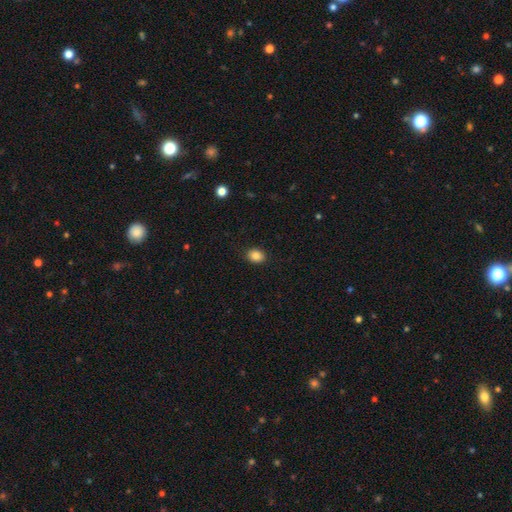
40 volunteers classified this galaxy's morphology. A smooth galaxy with no disk features (82%) that is in between round and cigar-shaped (67%).

Vote fractions:
- Smooth or featured? smooth: 82% / star or artifact: 12% / featured or disk: 5%
- How rounded? in between: 67% / round: 33% / cigar-shaped: 0%
- Merging? none: 89% / minor disturbance: 11% / major disturbance: 0% / merger: 0%